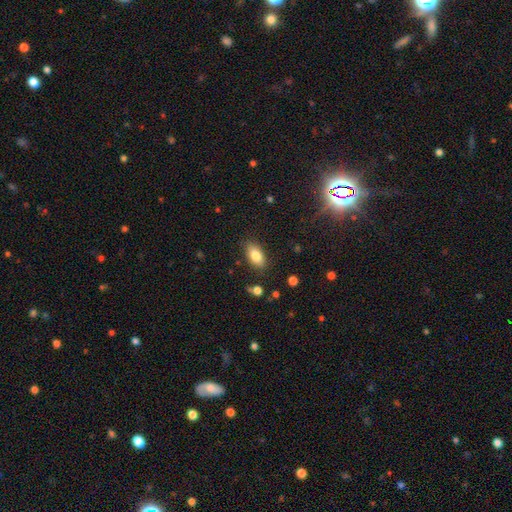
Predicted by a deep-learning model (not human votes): Smooth or featured? smooth (83%)
How rounded? in between (91%)
Merging? none (84%)